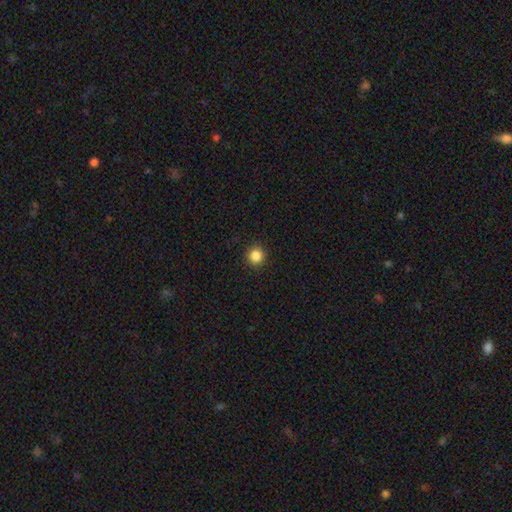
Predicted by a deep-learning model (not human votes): Smooth or featured?
  - smooth: 86% *
  - star or artifact: 11%
  - featured or disk: 3%
How rounded?
  - round: 94% *
  - in between: 5%
  - cigar-shaped: 1%
Merging?
  - none: 92% *
  - minor disturbance: 5%
  - major disturbance: 2%
  - merger: 1%